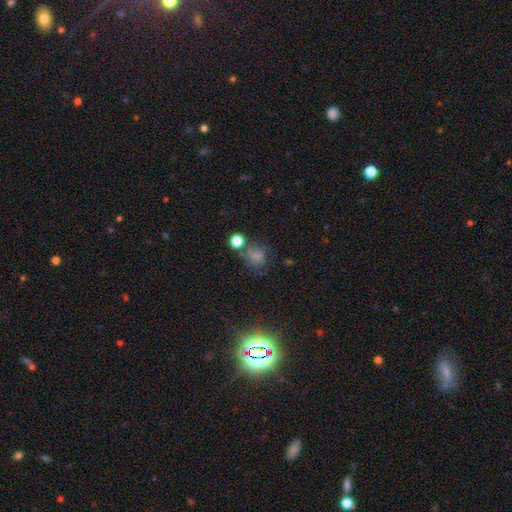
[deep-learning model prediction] smooth 65%, featured or disk 18%, star or artifact 17%. Down the decision tree: how rounded — round (71%); merging — none (50%).